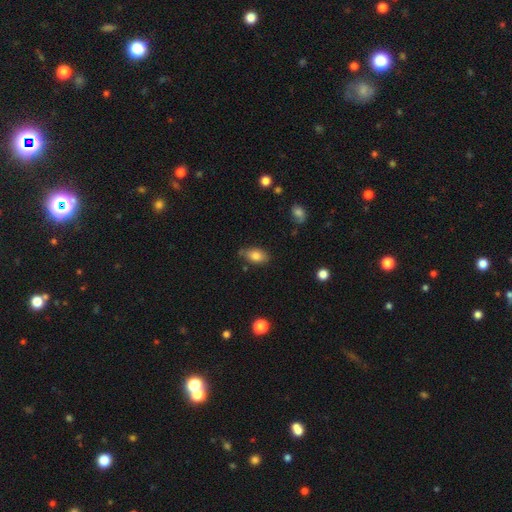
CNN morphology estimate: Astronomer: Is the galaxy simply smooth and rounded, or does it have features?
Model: smooth — 80%.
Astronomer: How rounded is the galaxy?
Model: in between — 89%.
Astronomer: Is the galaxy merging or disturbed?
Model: none — 72%.